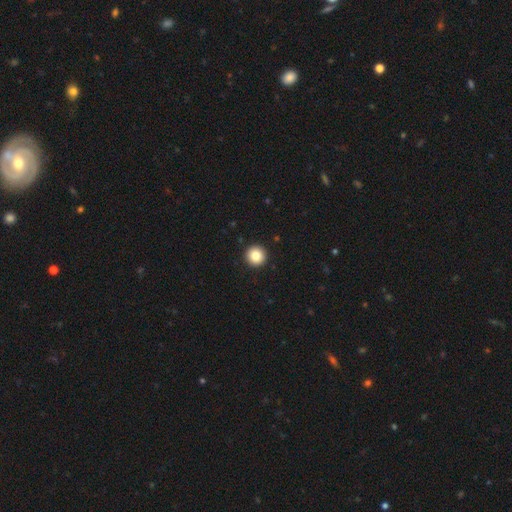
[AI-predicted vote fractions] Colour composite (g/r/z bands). It shows a smooth galaxy with no disk features (85%) that is round (96%). Merging: none (94%).